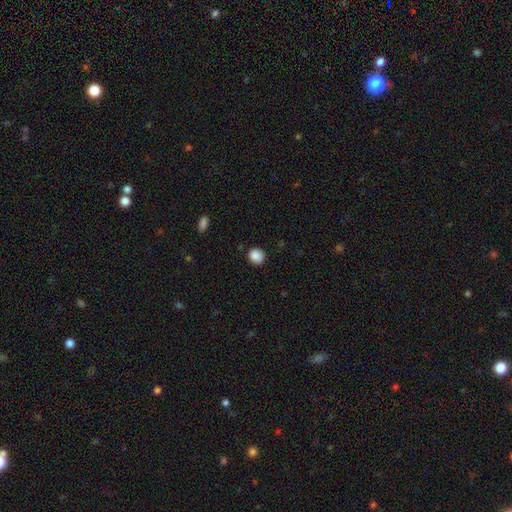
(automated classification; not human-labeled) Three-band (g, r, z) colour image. It shows a smooth galaxy with no disk features (88%) that is round (79%). Merging: none (85%).